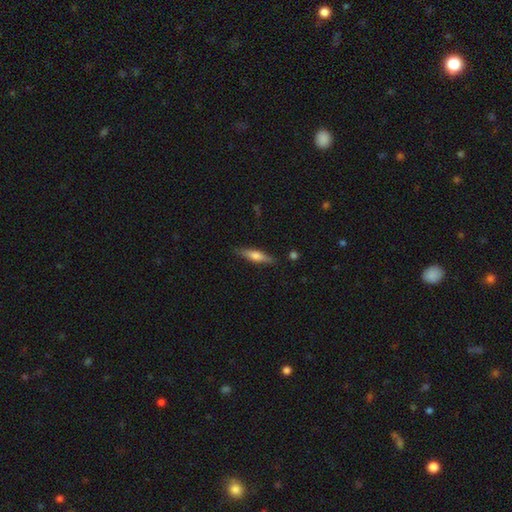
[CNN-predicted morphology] A smooth galaxy with no disk features (52%) that is cigar-shaped (72%).

Vote fractions:
- Smooth or featured? smooth: 52% / featured or disk: 42% / star or artifact: 6%
- How rounded? cigar-shaped: 72% / in between: 26% / round: 2%
- Merging? none: 85% / minor disturbance: 11% / major disturbance: 2% / merger: 2%